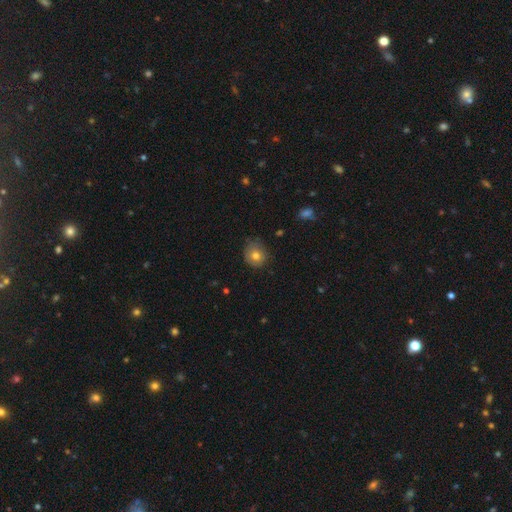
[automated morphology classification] Smooth or featured?
  - smooth: 76% *
  - featured or disk: 14%
  - star or artifact: 10%
How rounded?
  - round: 83% *
  - in between: 16%
  - cigar-shaped: 1%
Merging?
  - none: 73% *
  - minor disturbance: 22%
  - major disturbance: 5%
  - merger: 1%